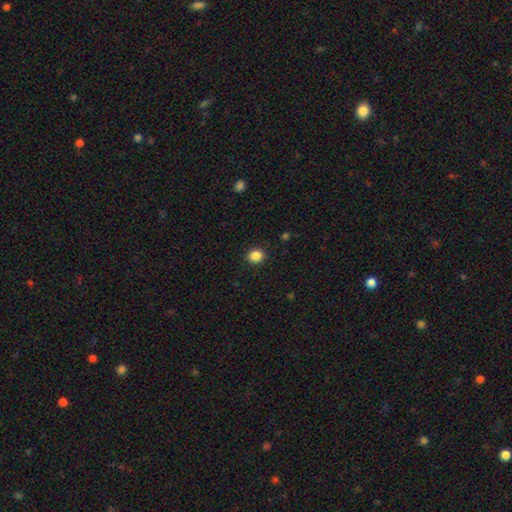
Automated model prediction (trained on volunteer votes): Smooth or featured: smooth — 87% (star or artifact — 10%)
How rounded: round — 80% (in between — 19%)
Merging: none — 91% (minor disturbance — 6%)